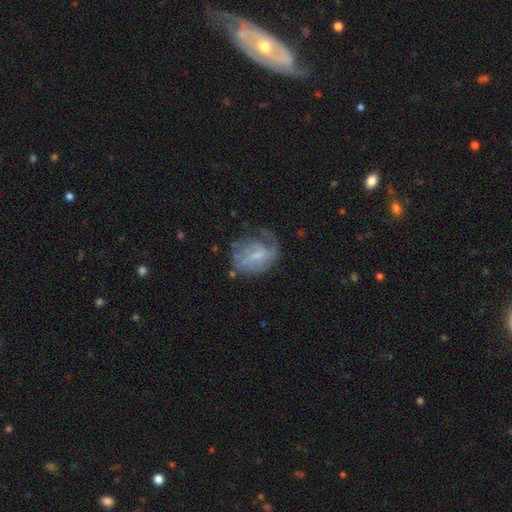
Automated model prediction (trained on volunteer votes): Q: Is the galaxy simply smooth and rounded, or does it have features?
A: featured or disk — 64%.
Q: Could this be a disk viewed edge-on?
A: no — 97%.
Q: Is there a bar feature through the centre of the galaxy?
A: weak — 51%.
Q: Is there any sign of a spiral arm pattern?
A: yes — 70%.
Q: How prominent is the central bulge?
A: small — 50%.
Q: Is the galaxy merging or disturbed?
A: none — 45%.